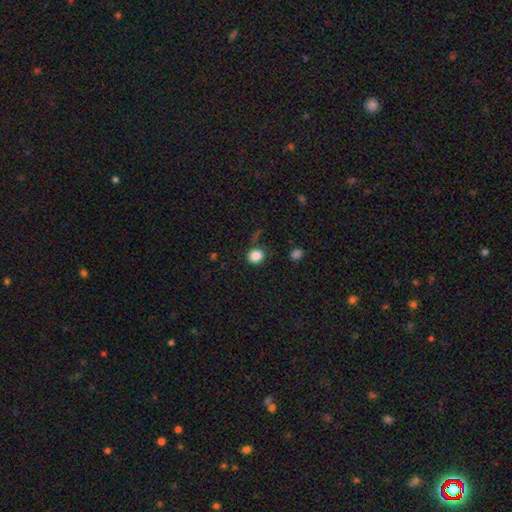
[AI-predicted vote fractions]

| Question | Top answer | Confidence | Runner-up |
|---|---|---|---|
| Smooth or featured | smooth | 86% | star or artifact (10%) |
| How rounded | round | 79% | in between (20%) |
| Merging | none | 76% | minor disturbance (15%) |